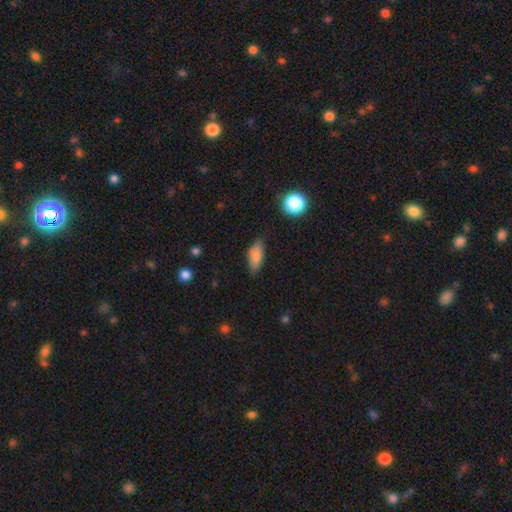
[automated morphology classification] Smooth or featured? smooth (83%)
How rounded? in between (81%)
Merging? none (78%)